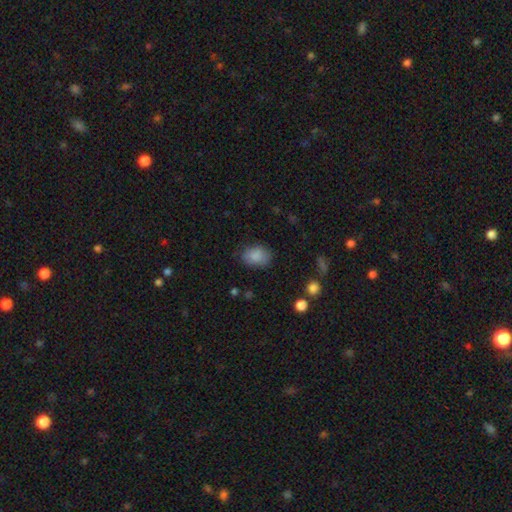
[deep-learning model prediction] Smooth or featured: smooth — 86% (star or artifact — 8%)
How rounded: in between — 72% (round — 26%)
Merging: none — 75% (minor disturbance — 18%)